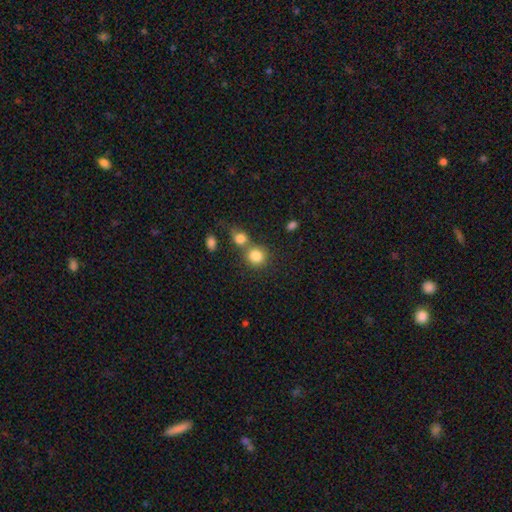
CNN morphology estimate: Overall: smooth (82%). How rounded: round (85%). Merging: none (56%; merger 33%).